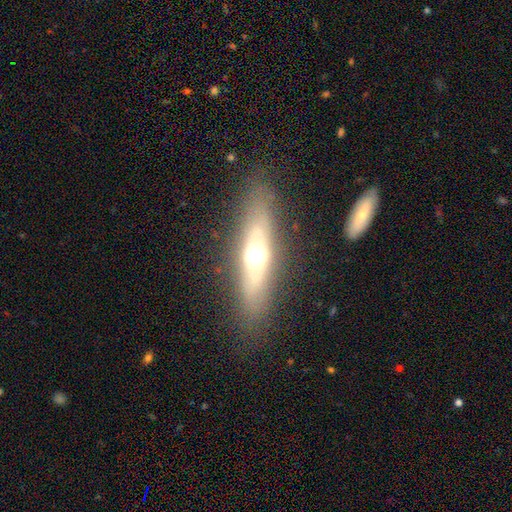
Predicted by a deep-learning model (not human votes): Smooth or featured? featured or disk (58%)
Edge-on disk? yes (63%)
Merging? none (83%)